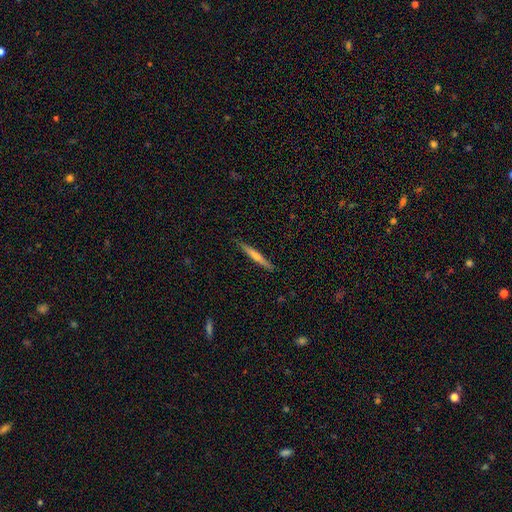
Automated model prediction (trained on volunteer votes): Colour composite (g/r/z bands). It shows a smooth galaxy with no disk features (49%). Merging: none (90%).